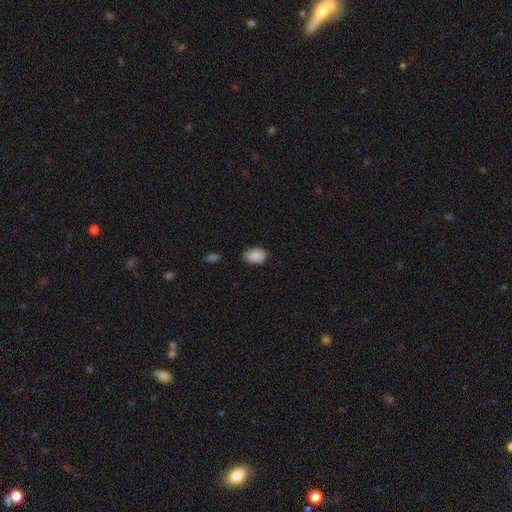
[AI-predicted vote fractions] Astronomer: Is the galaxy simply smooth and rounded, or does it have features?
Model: smooth — 89%.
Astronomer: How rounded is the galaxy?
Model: in between — 88%.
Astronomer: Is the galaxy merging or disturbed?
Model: none — 75%.